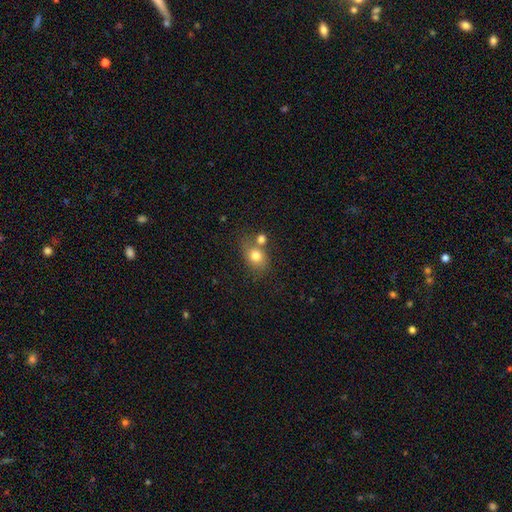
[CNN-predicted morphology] smooth_or_featured: smooth (p=0.78) [alt: featured or disk p=0.12]
how_rounded: in between (p=0.51) [alt: round p=0.48]
merging: none (p=0.53) [alt: merger p=0.28]